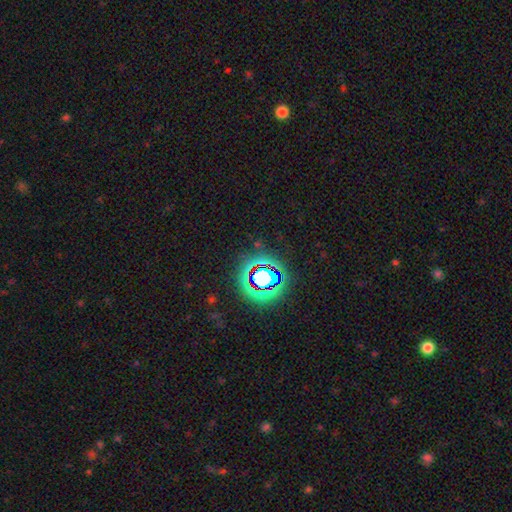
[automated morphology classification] Smooth or featured? star or artifact (79%)